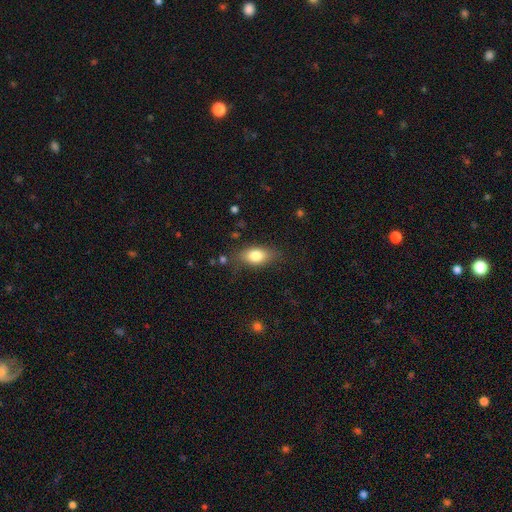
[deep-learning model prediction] Smooth or featured? Predicted: smooth (p=0.79). How rounded? Predicted: in between (p=0.85). Merging? Predicted: none (p=0.76).